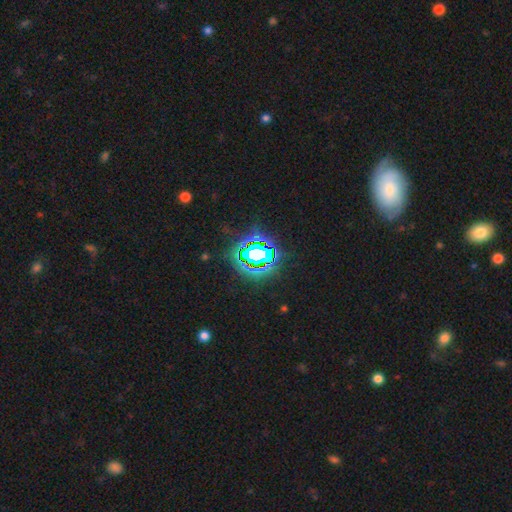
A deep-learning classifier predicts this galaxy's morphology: smooth-or-featured: star or artifact: 73% | smooth: 15% | featured or disk: 12%